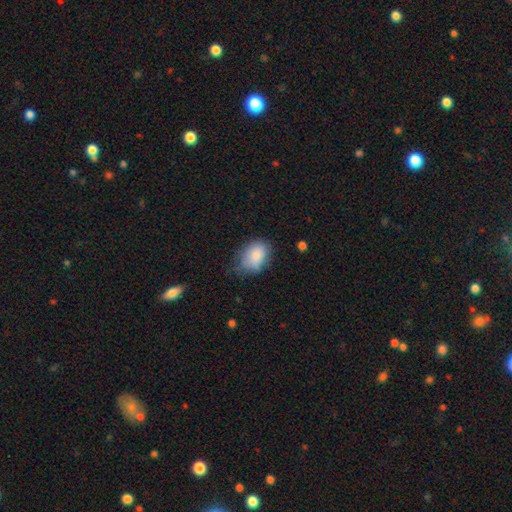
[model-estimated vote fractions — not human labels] smooth 84%, featured or disk 9%, star or artifact 7%. Down the decision tree: how rounded — in between (78%); merging — none (55%).